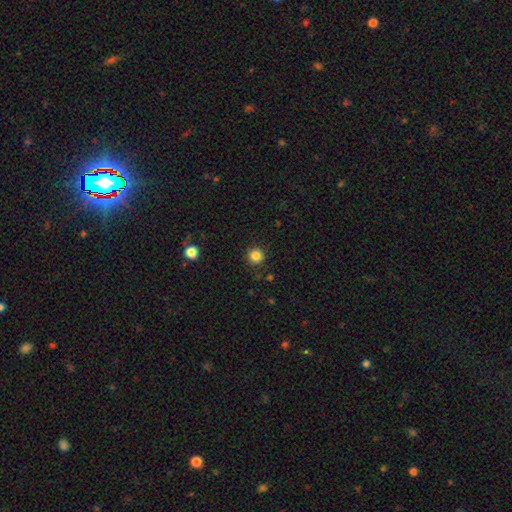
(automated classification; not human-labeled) Overall: smooth (85%). How rounded: round (94%). Merging: none (91%).